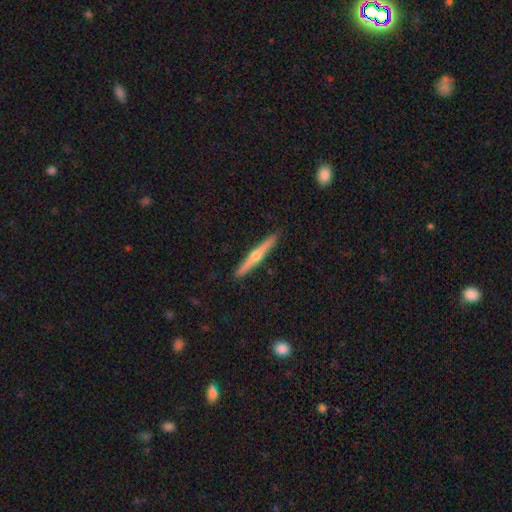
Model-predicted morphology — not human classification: Smooth or featured? featured or disk (70%)
Edge-on disk? yes (98%)
Edge-on bulge? rounded (90%)
Merging? none (91%)